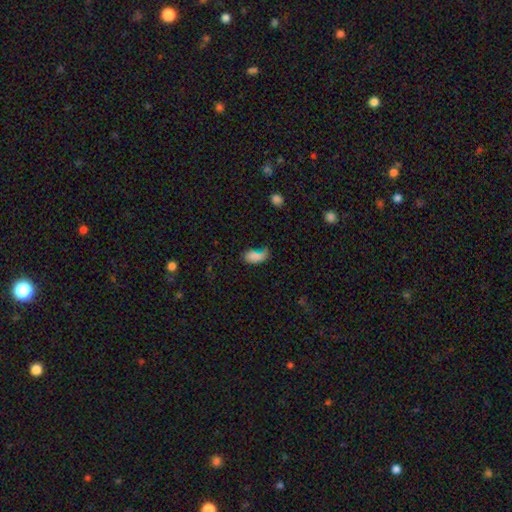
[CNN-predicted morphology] type=smooth (76%); roundness=in between (91%); merging=none (36%).